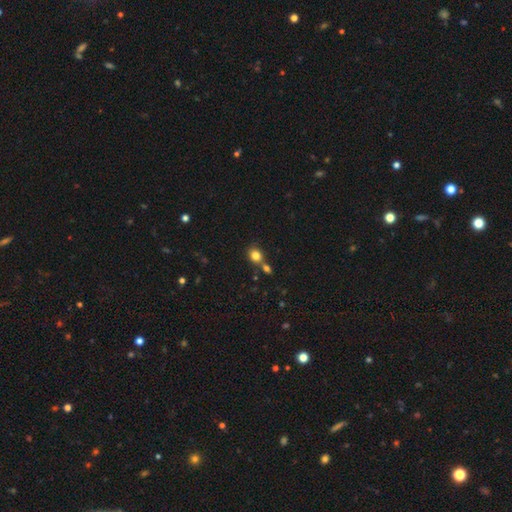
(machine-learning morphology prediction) smooth-or-featured: smooth: 81% | star or artifact: 12% | featured or disk: 7%
  how-rounded: round: 74% | in between: 25% | cigar-shaped: 1%
  merging: none: 59% | merger: 26% | minor disturbance: 11% | major disturbance: 4%